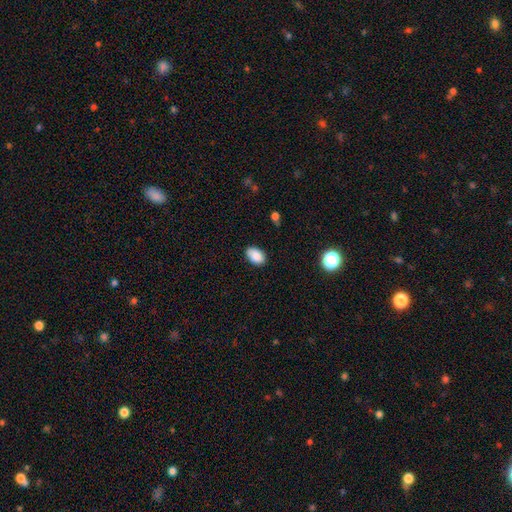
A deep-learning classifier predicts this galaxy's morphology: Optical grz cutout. It shows a smooth galaxy with no disk features (88%) that is in between round and cigar-shaped (89%). Merging: none (83%).